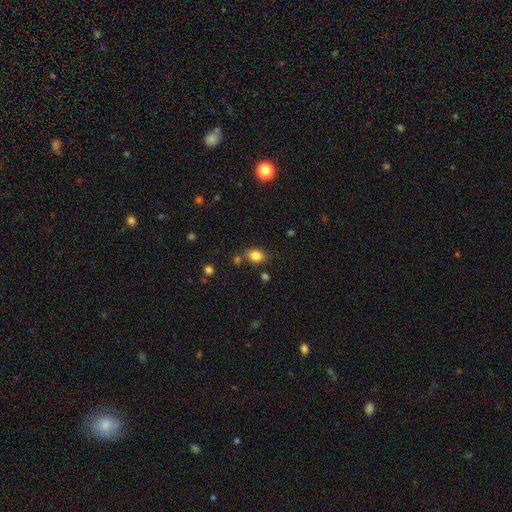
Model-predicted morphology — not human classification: A smooth galaxy with no disk features (83%) that is in between round and cigar-shaped (66%). Merging: none (76%).